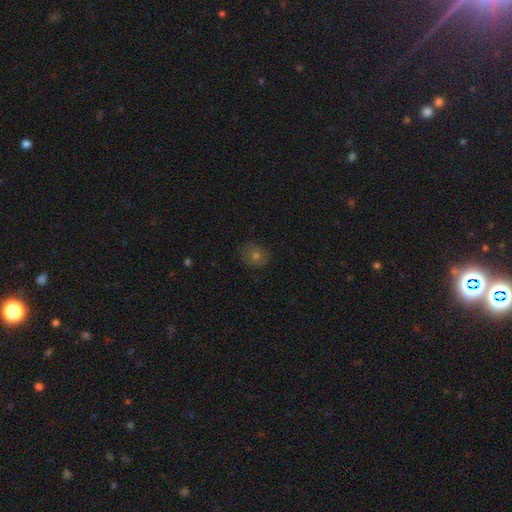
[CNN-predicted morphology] Q: Smooth or featured?
A: smooth (64%); runner-up: star or artifact (20%)
Q: How rounded?
A: round (76%); runner-up: in between (23%)
Q: Merging?
A: none (85%); runner-up: minor disturbance (11%)